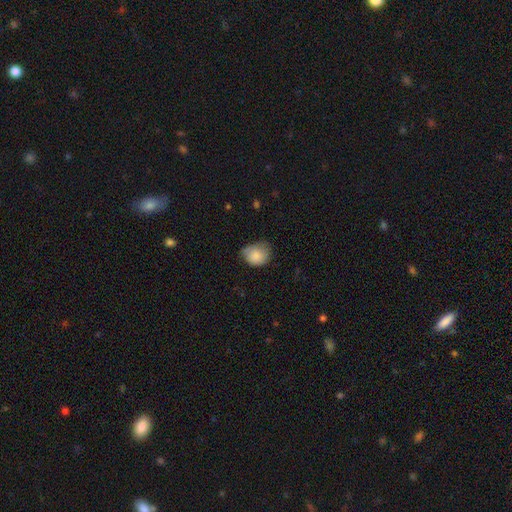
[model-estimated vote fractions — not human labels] Smooth or featured: smooth — 82% (featured or disk — 10%)
How rounded: round — 56% (in between — 43%)
Merging: none — 47% (minor disturbance — 40%)